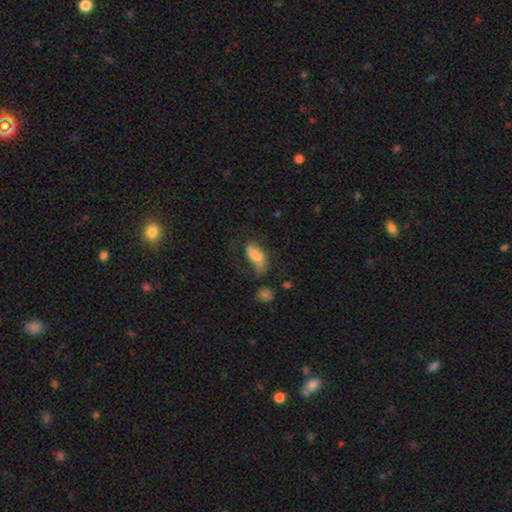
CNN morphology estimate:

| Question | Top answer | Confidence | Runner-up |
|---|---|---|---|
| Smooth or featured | smooth | 74% | featured or disk (17%) |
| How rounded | in between | 89% | cigar-shaped (7%) |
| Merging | major disturbance | 36% | none (29%) |